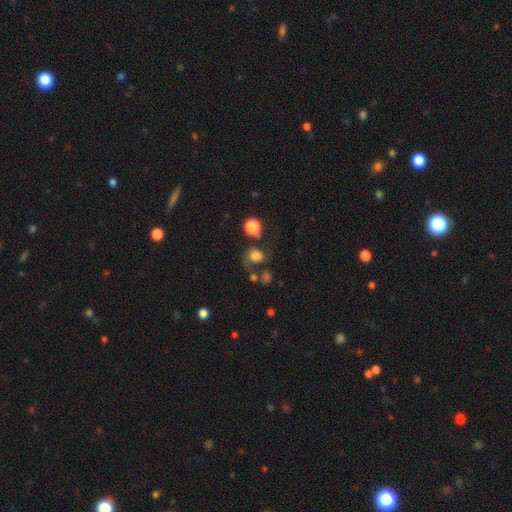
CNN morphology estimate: Smooth or featured? smooth (68%)
How rounded? round (74%)
Merging? none (47%)